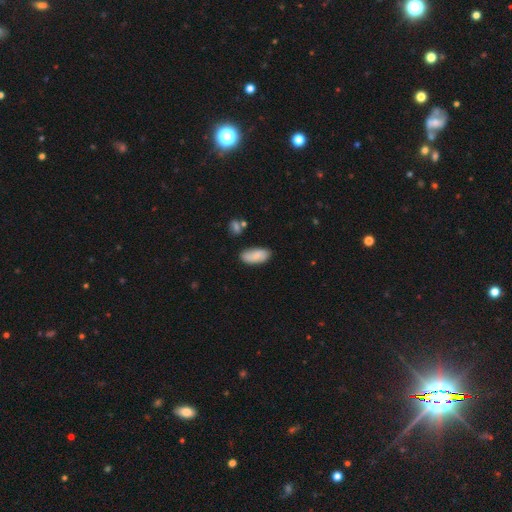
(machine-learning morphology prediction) This is likely a smooth galaxy (78%). How rounded: clearly in between (90%). Merging: likely none (77%).